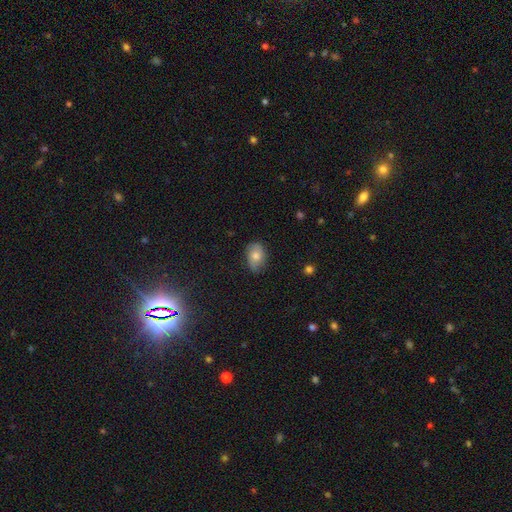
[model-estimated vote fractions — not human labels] A smooth galaxy with no disk features (71%) that is in between round and cigar-shaped (82%).

Vote fractions:
- Smooth or featured? smooth: 71% / featured or disk: 20% / star or artifact: 9%
- How rounded? in between: 82% / round: 17% / cigar-shaped: 1%
- Merging? none: 76% / minor disturbance: 19% / major disturbance: 4% / merger: 1%